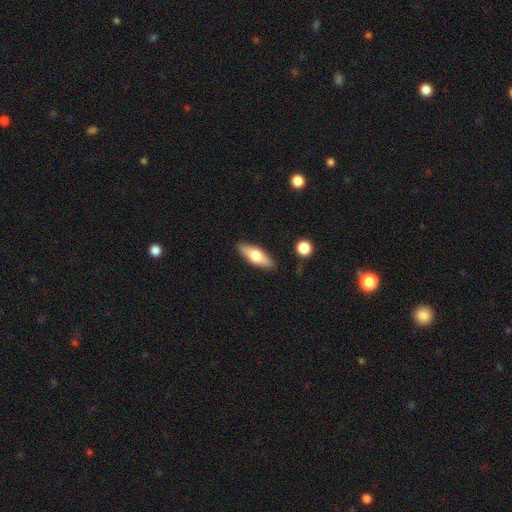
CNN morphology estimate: The model was most divided on "how rounded": in between: 66%, cigar-shaped: 32%, round: 3%. More confident: merging — none (87%); smooth or featured — smooth (65%).